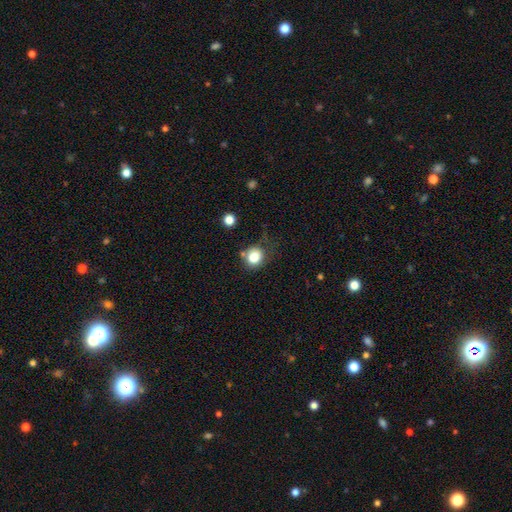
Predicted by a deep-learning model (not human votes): Q: Smooth or featured?
A: smooth (81%); runner-up: star or artifact (11%)
Q: How rounded?
A: round (78%); runner-up: in between (21%)
Q: Merging?
A: none (66%); runner-up: minor disturbance (19%)